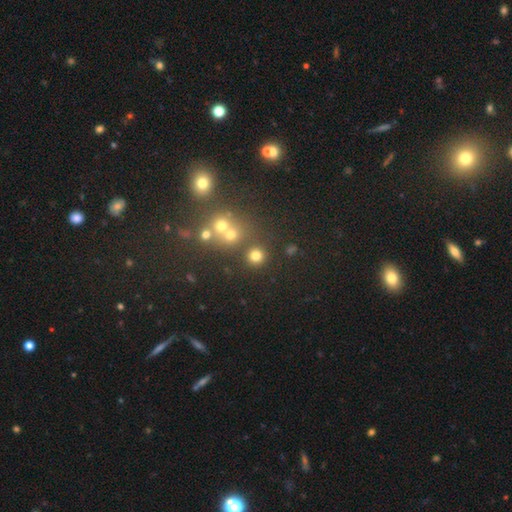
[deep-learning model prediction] Morphology: type=smooth (76%); roundness=round (92%); merging=none (82%).